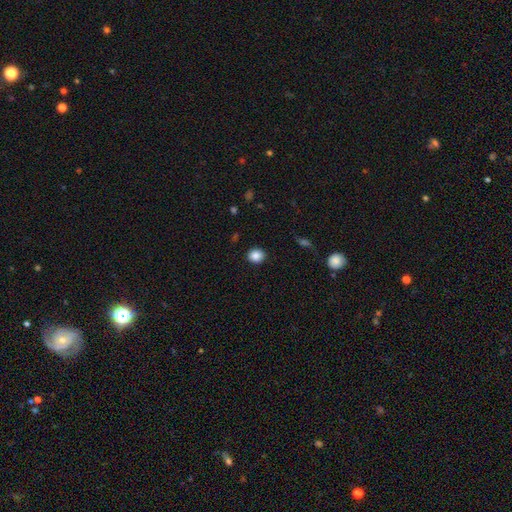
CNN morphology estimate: Smooth or featured? smooth (87%)
How rounded? round (79%)
Merging? none (90%)